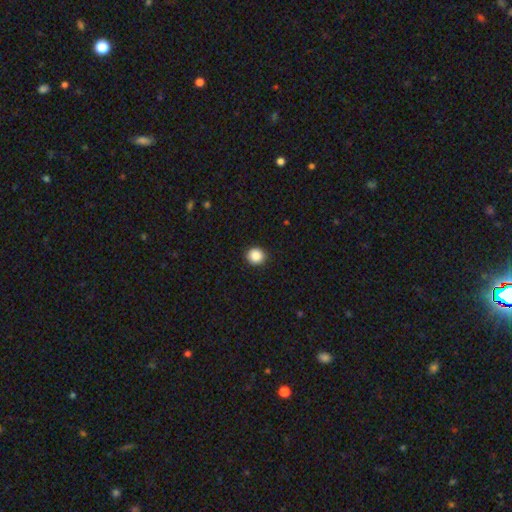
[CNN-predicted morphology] type=smooth (88%); roundness=round (93%); merging=none (92%).